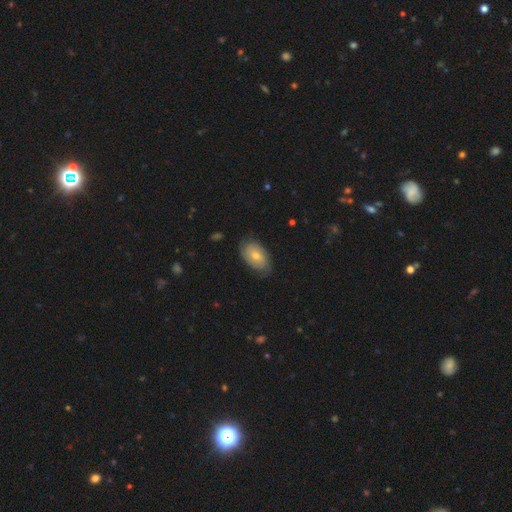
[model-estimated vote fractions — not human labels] Smooth or featured: smooth — 61% (featured or disk — 32%)
How rounded: in between — 91% (round — 7%)
Merging: none — 74% (minor disturbance — 21%)